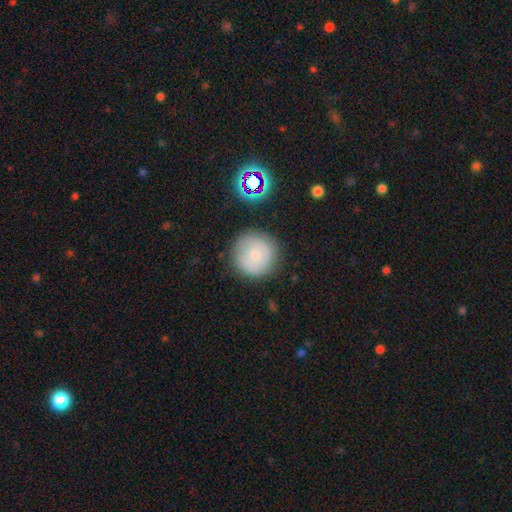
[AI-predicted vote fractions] Smooth or featured? smooth (66%)
How rounded? round (95%)
Merging? none (83%)